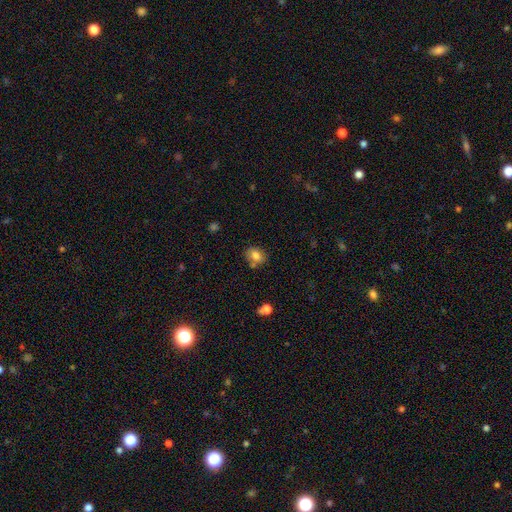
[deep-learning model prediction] smooth 80%, star or artifact 10%, featured or disk 10%. Down the decision tree: how rounded — round (51%); merging — none (70%).